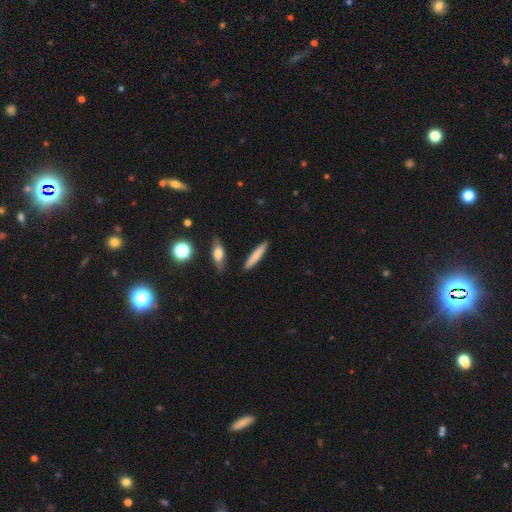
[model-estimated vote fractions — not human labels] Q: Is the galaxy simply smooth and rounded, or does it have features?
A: smooth — 78%.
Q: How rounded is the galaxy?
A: cigar-shaped — 88%.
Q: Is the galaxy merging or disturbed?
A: none — 88%.